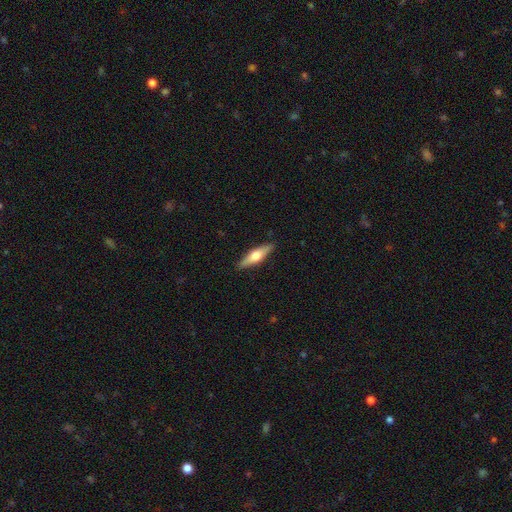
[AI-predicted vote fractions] A smooth galaxy with no disk features (48%).

Vote fractions:
- Smooth or featured? smooth: 48% / featured or disk: 46% / star or artifact: 5%
- Merging? none: 89% / minor disturbance: 8% / major disturbance: 2% / merger: 1%